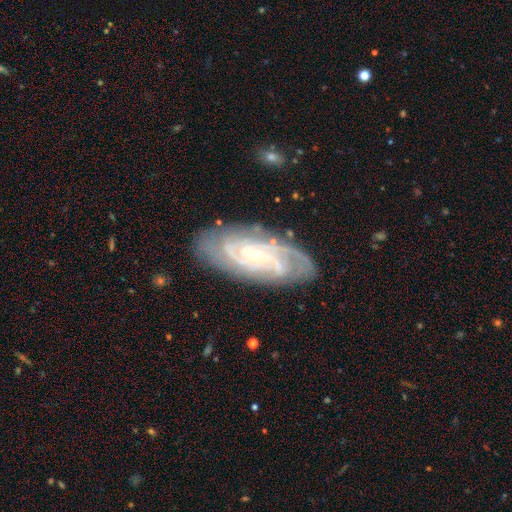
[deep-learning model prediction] Morphology: type=featured or disk (86%); edge-on=no (93%); bar=no (68%); spiral arms=yes (97%); winding=tight (69%); arm count=can't tell (26%); bulge=small (81%); merging=none (81%).